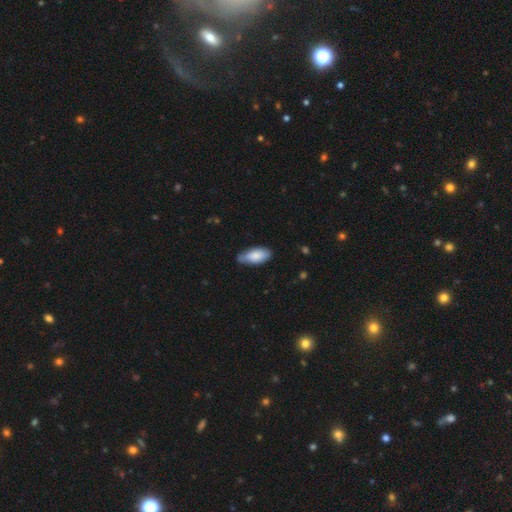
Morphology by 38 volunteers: A smooth galaxy with no disk features (79%) that is in between round and cigar-shaped (97%). Merging: none (61%).